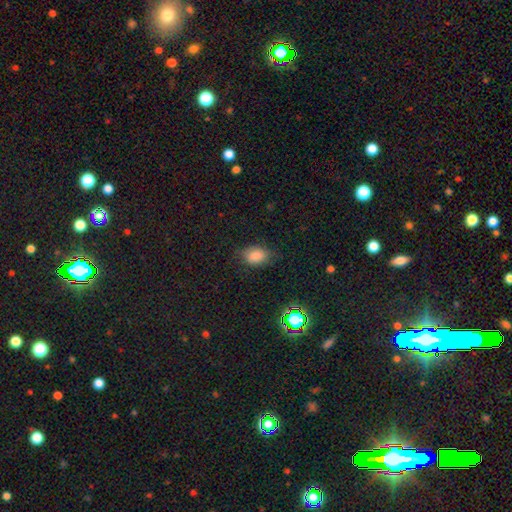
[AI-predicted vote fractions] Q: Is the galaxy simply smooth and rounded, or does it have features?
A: smooth — 81%.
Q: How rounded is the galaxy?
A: in between — 79%.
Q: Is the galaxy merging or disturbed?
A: none — 72%.